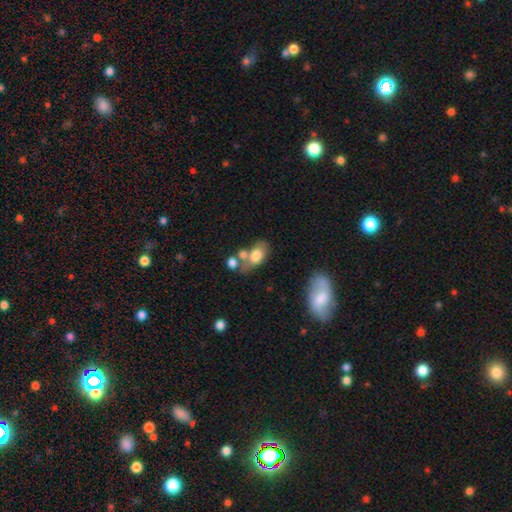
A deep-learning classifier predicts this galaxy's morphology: smooth_or_featured: smooth (p=0.70) [alt: featured or disk p=0.22]
how_rounded: in between (p=0.85) [alt: round p=0.12]
merging: merger (p=0.37) [alt: none p=0.36]